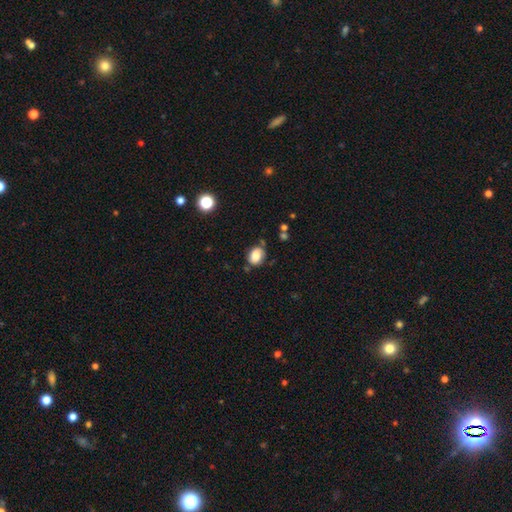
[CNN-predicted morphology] smooth-or-featured: smooth: 81% | star or artifact: 10% | featured or disk: 9%
  how-rounded: in between: 63% | round: 36% | cigar-shaped: 1%
  merging: none: 68% | minor disturbance: 21% | merger: 6% | major disturbance: 5%